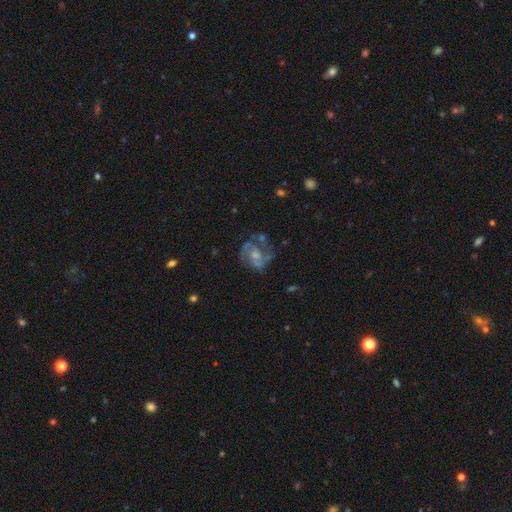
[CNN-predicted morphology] type=featured or disk (72%); edge-on=no (97%); bar=no (61%); spiral arms=yes (77%); winding=medium (50%); arm count=2 (62%); bulge=moderate (51%); merging=none (52%).